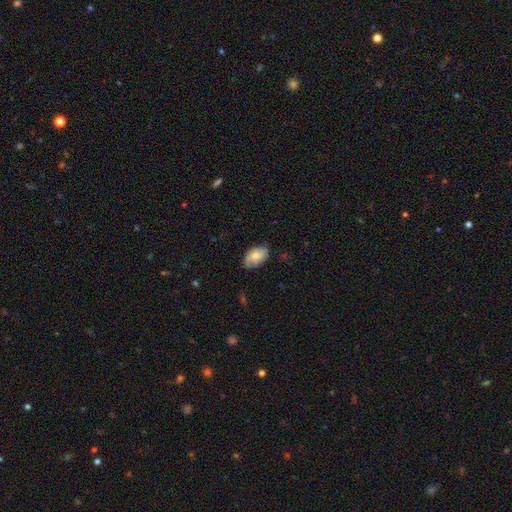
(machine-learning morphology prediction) The model was most divided on "merging": none: 77%, minor disturbance: 19%, major disturbance: 3%, merger: 1%. More confident: how rounded — in between (93%); smooth or featured — smooth (76%).